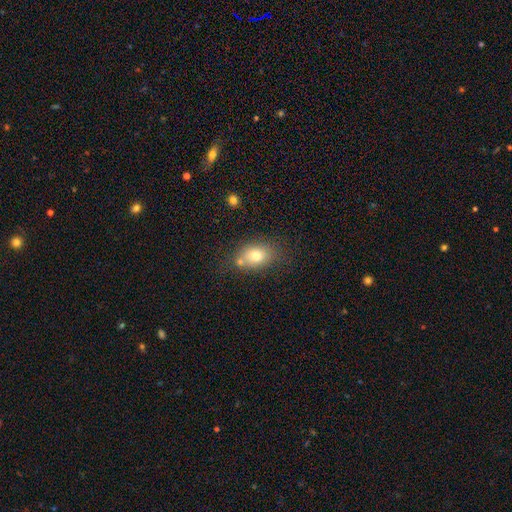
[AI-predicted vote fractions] Smooth or featured? Predicted: smooth (p=0.75). How rounded? Predicted: in between (p=0.66). Merging? Predicted: none (p=0.63).